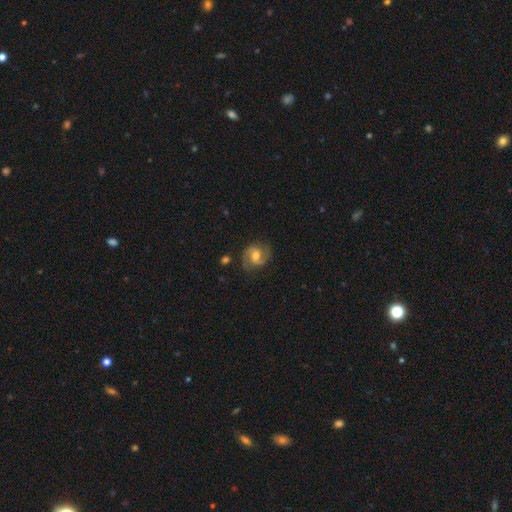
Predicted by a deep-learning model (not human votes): Smooth or featured? featured or disk (77%)
Edge-on disk? no (98%)
Bar? no (45%)
Spiral arms? yes (94%)
Spiral winding? medium (53%)
Spiral arm count? 2 (89%)
Bulge size? moderate (68%)
Merging? none (78%)